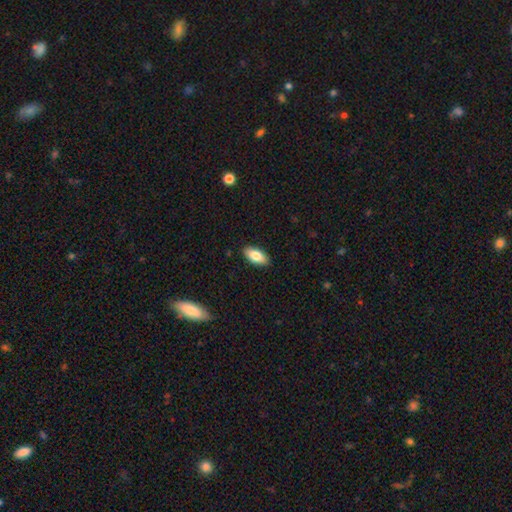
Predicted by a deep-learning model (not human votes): Smooth or featured: smooth — 81% (featured or disk — 12%)
How rounded: in between — 89% (cigar-shaped — 8%)
Merging: none — 89% (minor disturbance — 8%)